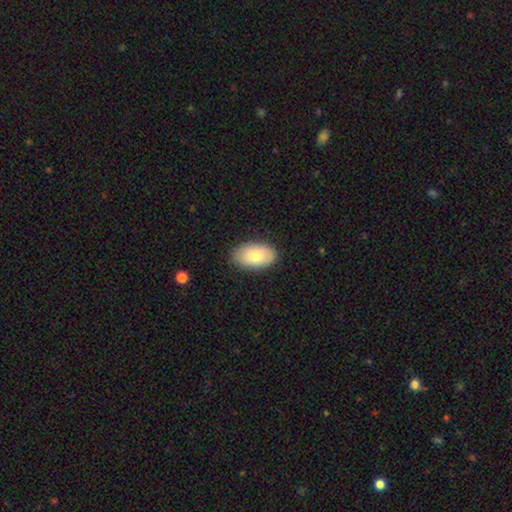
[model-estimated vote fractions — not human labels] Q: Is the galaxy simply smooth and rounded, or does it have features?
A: smooth — 80%.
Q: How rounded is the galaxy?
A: in between — 94%.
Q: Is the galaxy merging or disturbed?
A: none — 86%.